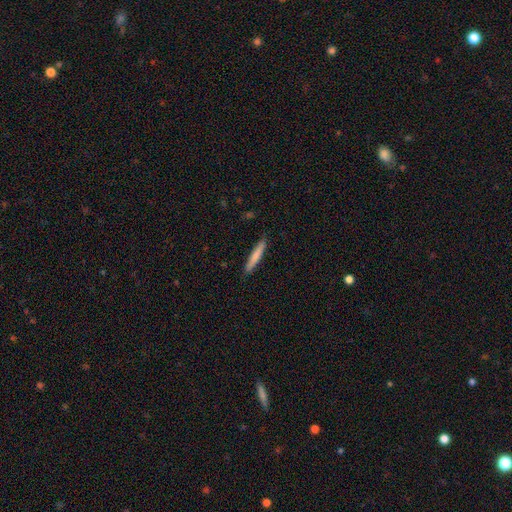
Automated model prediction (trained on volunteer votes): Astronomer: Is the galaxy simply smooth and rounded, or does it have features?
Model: smooth — 76%.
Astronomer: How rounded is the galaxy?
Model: cigar-shaped — 94%.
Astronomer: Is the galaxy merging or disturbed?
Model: none — 89%.